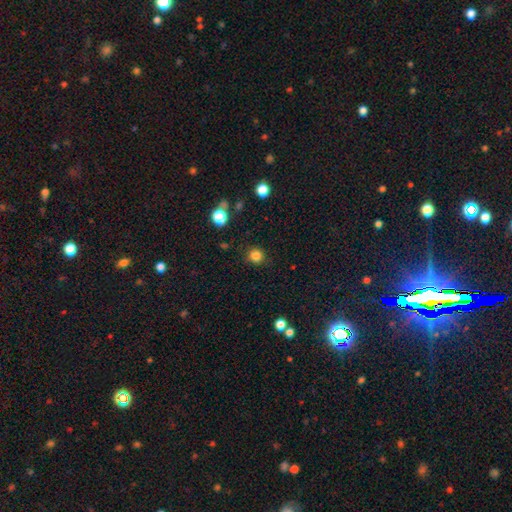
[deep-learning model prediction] smooth-or-featured: smooth: 83% | star or artifact: 13% | featured or disk: 5%
  how-rounded: round: 92% | in between: 7% | cigar-shaped: 1%
  merging: none: 89% | minor disturbance: 7% | major disturbance: 2% | merger: 2%